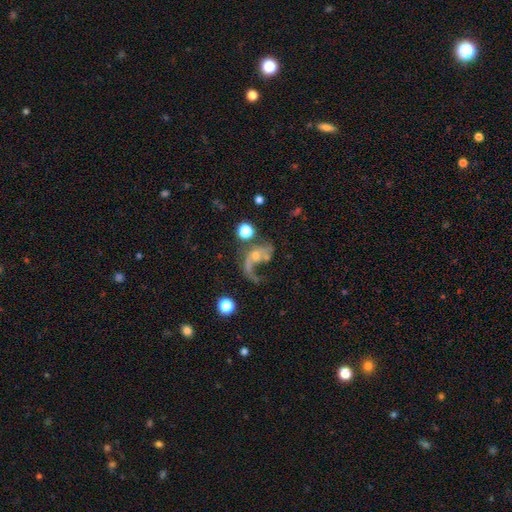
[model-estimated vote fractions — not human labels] Smooth or featured? featured or disk (69%)
Edge-on disk? no (97%)
Bar? no (72%)
Spiral arms? yes (78%)
Spiral winding? loose (74%)
Spiral arm count? 1 (65%)
Bulge size? small (55%)
Merging? major disturbance (42%)